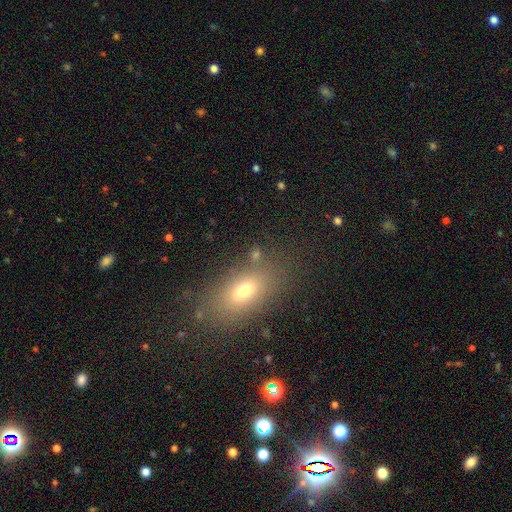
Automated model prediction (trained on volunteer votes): smooth_or_featured: smooth (p=0.69) [alt: star or artifact p=0.16]
how_rounded: in between (p=0.81) [alt: round p=0.11]
merging: none (p=0.80) [alt: minor disturbance p=0.11]